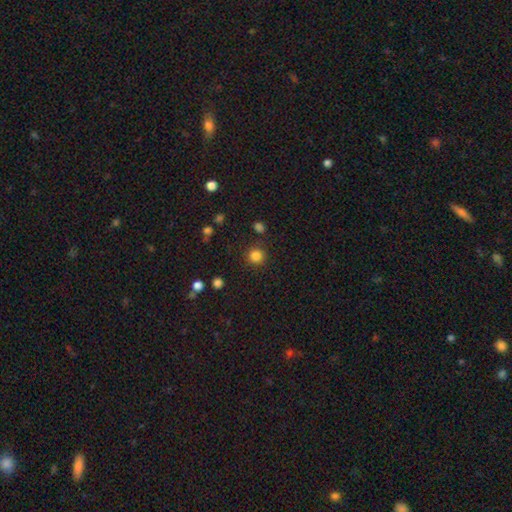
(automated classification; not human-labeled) Morphology: type=smooth (83%); roundness=round (92%); merging=none (86%).